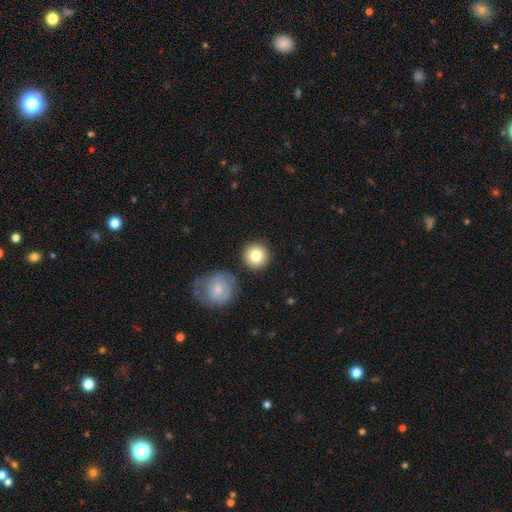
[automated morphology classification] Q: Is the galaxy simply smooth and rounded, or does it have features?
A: smooth — 81%.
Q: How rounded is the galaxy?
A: round — 95%.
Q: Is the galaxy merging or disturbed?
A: none — 85%.